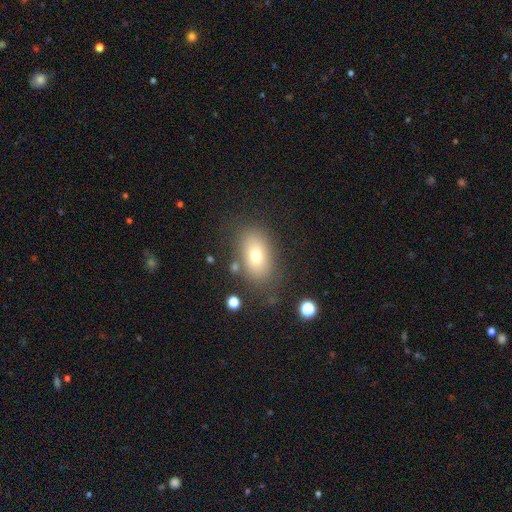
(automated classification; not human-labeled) Smooth or featured: smooth — 70% (featured or disk — 18%)
How rounded: in between — 84% (round — 14%)
Merging: none — 77% (minor disturbance — 14%)